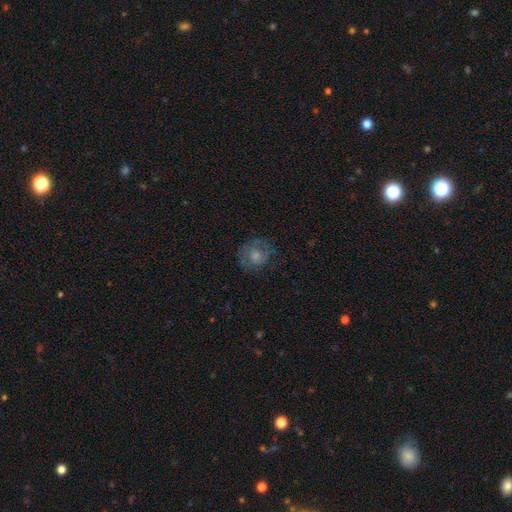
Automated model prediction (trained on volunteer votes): Smooth or featured: smooth — 53% (featured or disk — 38%)
How rounded: round — 83% (in between — 17%)
Merging: none — 67% (minor disturbance — 20%)